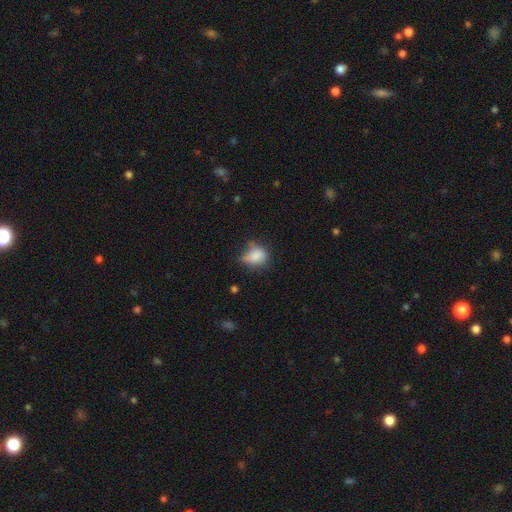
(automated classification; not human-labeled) smooth-or-featured: smooth: 76% | featured or disk: 14% | star or artifact: 10%
  how-rounded: in between: 58% | round: 40% | cigar-shaped: 2%
  merging: minor disturbance: 41% | none: 37% | major disturbance: 17% | merger: 5%